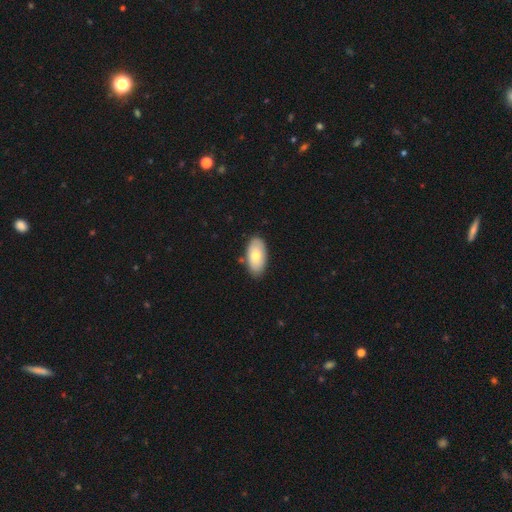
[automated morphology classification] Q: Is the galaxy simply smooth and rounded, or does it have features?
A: smooth — 74%.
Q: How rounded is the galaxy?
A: in between — 94%.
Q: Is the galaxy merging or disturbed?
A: none — 84%.